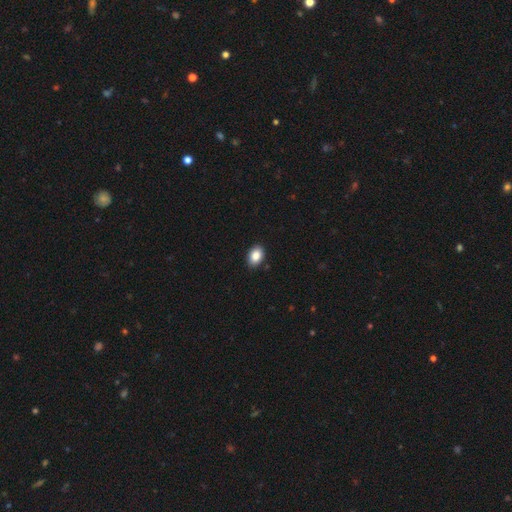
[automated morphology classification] Overall: smooth (87%). How rounded: in between (84%). Merging: none (89%).